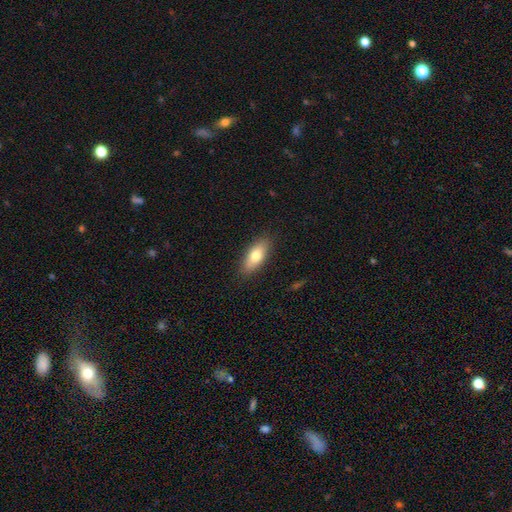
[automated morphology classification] Overall: smooth (74%). How rounded: in between (78%). Merging: none (86%).